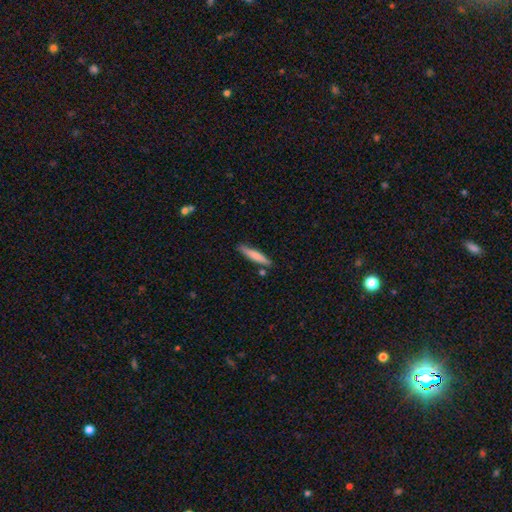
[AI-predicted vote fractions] Smooth or featured?
  - smooth: 74% *
  - featured or disk: 21%
  - star or artifact: 5%
How rounded?
  - cigar-shaped: 89% *
  - in between: 10%
  - round: 1%
Merging?
  - none: 82% *
  - minor disturbance: 11%
  - merger: 5%
  - major disturbance: 2%